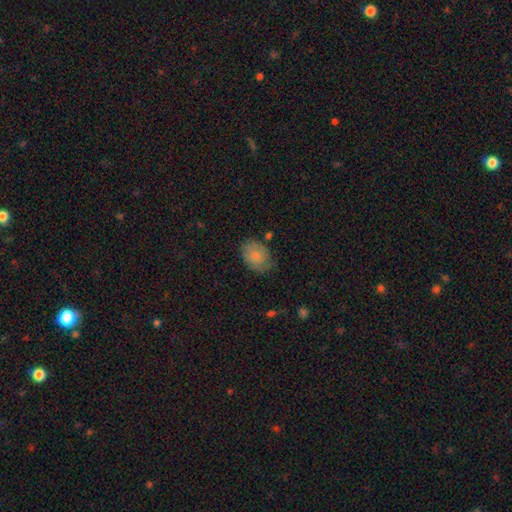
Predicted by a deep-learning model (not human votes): This appears to be a smooth galaxy with no disk features (78%) that is in between round and cigar-shaped (70%). Merging: none (64%).